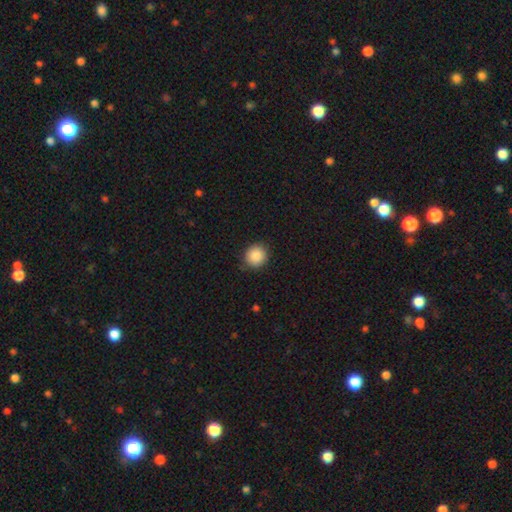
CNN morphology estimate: smooth-or-featured: smooth: 87% | star or artifact: 9% | featured or disk: 4%
  how-rounded: round: 91% | in between: 8% | cigar-shaped: 1%
  merging: none: 87% | minor disturbance: 10% | major disturbance: 2% | merger: 1%